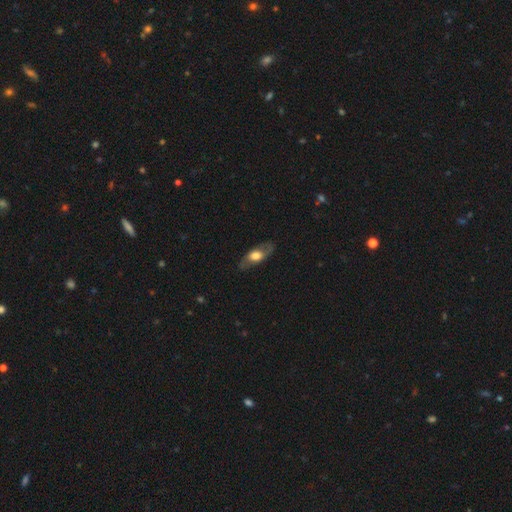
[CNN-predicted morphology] This appears to be a featured or disk galaxy (49%). Merging: none (76%).